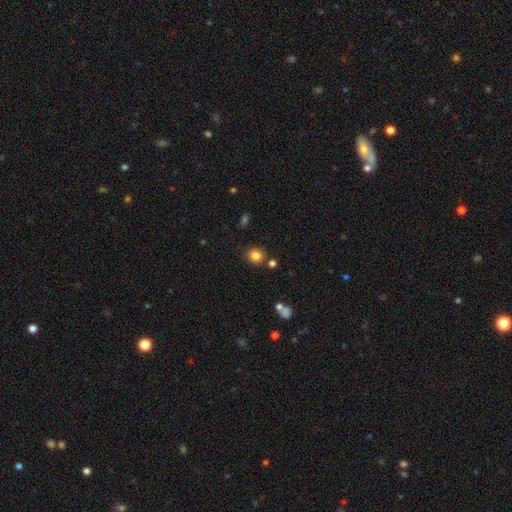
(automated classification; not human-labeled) Smooth or featured: smooth — 83% (star or artifact — 12%)
How rounded: round — 83% (in between — 16%)
Merging: none — 82% (minor disturbance — 10%)